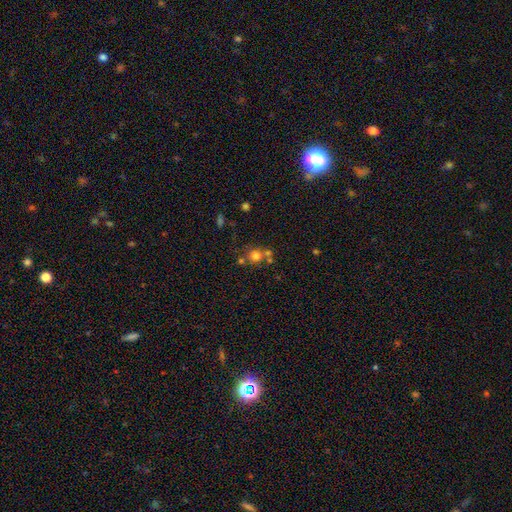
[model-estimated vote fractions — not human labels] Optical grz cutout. It shows a smooth galaxy with no disk features (72%) that is round (87%). Merging: none (58%).